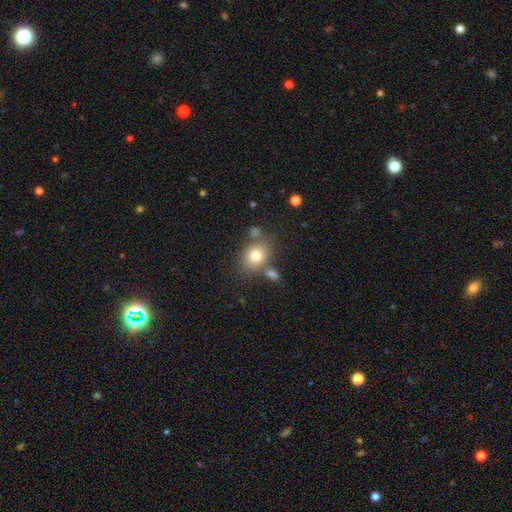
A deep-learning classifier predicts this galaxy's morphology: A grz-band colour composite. It shows a smooth galaxy with no disk features (78%) that is in between round and cigar-shaped (54%). Merging: none (64%).